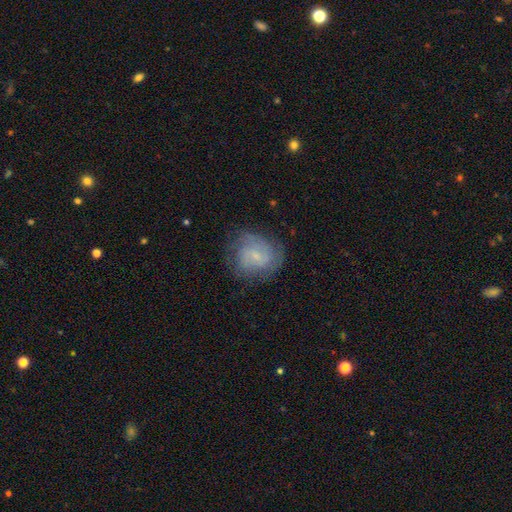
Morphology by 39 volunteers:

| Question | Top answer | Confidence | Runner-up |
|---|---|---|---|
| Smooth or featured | featured or disk | 56% | smooth (36%) |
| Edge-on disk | no | 100% | — |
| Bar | weak | 55% | no (36%) |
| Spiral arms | yes | 95% | no (5%) |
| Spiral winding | medium | 48% | tight (38%) |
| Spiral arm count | can't tell | 57% | 2 (24%) |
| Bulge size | small | 55% | moderate (23%) |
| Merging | none | 61% | minor disturbance (28%) |